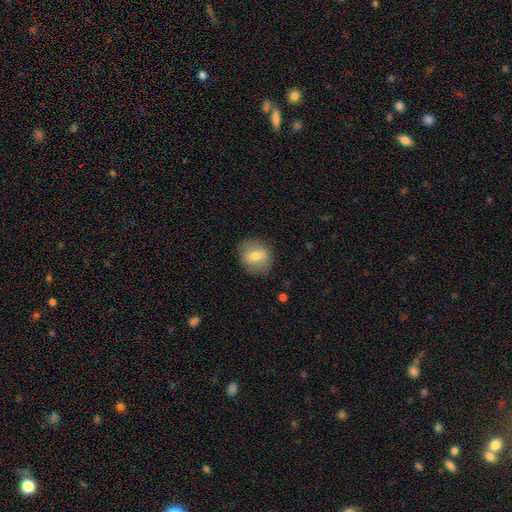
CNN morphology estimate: This is likely a smooth galaxy (64%). How rounded: likely round (69%). Merging: clearly none (82%).